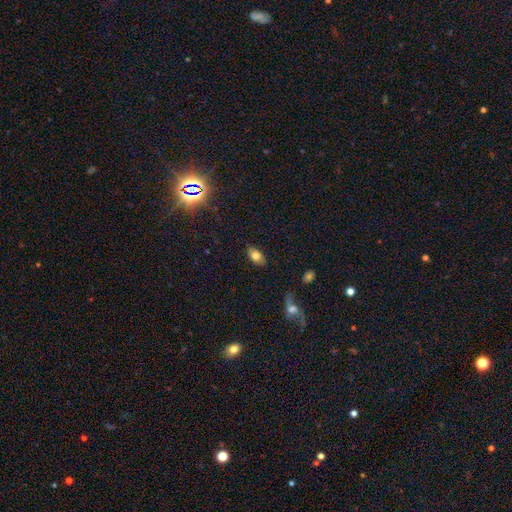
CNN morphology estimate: The model was most divided on "smooth or featured": smooth: 75%, featured or disk: 14%, star or artifact: 11%. More confident: how rounded — in between (89%); merging — none (84%).